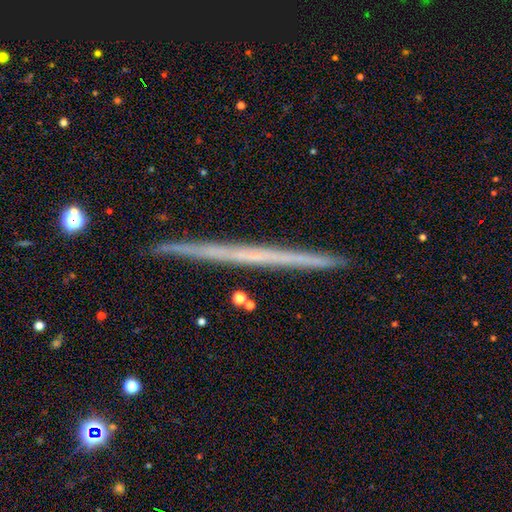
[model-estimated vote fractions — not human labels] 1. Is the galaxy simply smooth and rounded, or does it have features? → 60% featured or disk, 30% smooth, 10% star or artifact.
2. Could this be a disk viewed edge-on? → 98% yes, 2% no.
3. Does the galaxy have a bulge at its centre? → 91% none, 6% rounded, 3% boxy.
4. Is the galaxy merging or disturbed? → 92% none, 6% minor disturbance, 1% merger, 1% major disturbance.